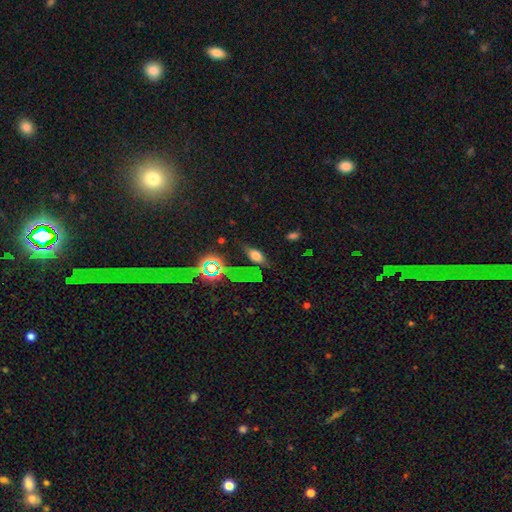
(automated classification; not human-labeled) The model was most divided on "merging": none: 47%, major disturbance: 24%, minor disturbance: 22%, merger: 7%. More confident: how rounded — in between (77%); smooth or featured — smooth (59%).